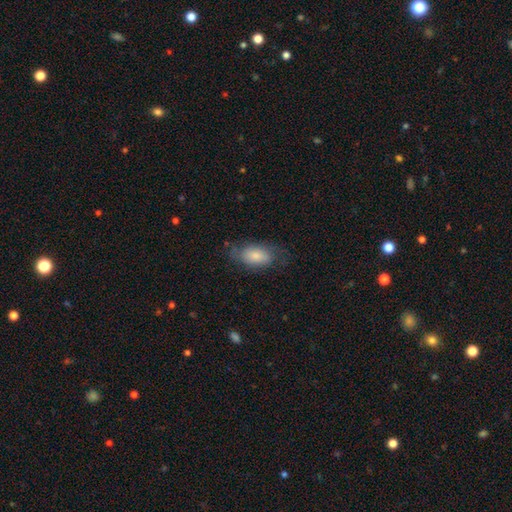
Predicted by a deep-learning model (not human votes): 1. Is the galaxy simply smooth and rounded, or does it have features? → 72% smooth, 21% featured or disk, 7% star or artifact.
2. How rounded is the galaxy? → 91% in between, 5% round, 3% cigar-shaped.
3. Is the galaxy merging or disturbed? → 62% none, 24% minor disturbance, 12% major disturbance, 1% merger.